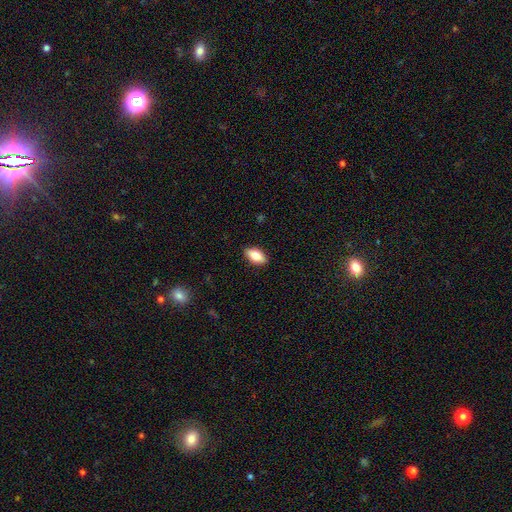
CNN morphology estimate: This is likely a smooth galaxy (78%). How rounded: clearly in between (88%). Merging: clearly none (89%).